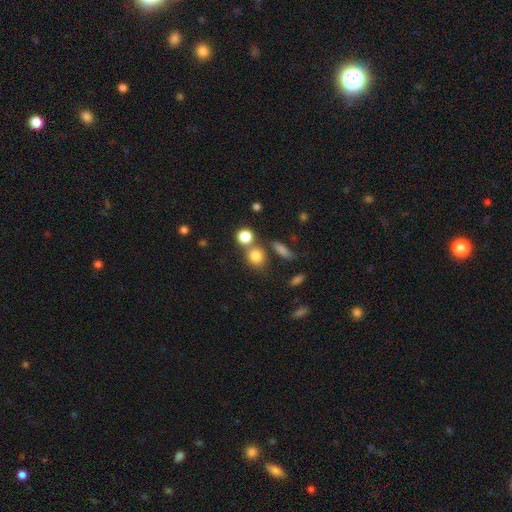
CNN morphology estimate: smooth-or-featured: smooth: 80% | star or artifact: 13% | featured or disk: 8%
  how-rounded: round: 75% | in between: 23% | cigar-shaped: 2%
  merging: none: 57% | merger: 29% | minor disturbance: 10% | major disturbance: 4%